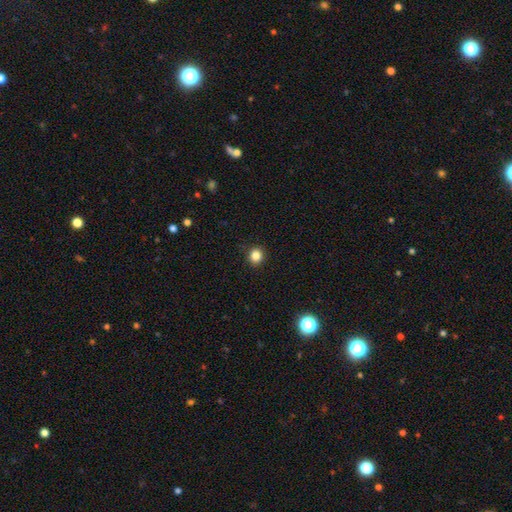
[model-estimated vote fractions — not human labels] A smooth galaxy with no disk features (84%) that is round (87%). Merging: none (92%).